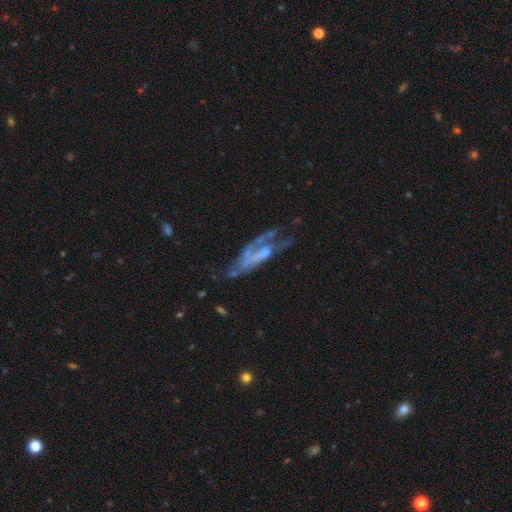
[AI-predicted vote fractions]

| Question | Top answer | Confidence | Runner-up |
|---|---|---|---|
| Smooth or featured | featured or disk | 72% | smooth (18%) |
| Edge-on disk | no | 82% | yes (18%) |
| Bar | no | 58% | weak (29%) |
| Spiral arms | yes | 64% | no (36%) |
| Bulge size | small | 40% | none (32%) |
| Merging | major disturbance | 38% | none (32%) |